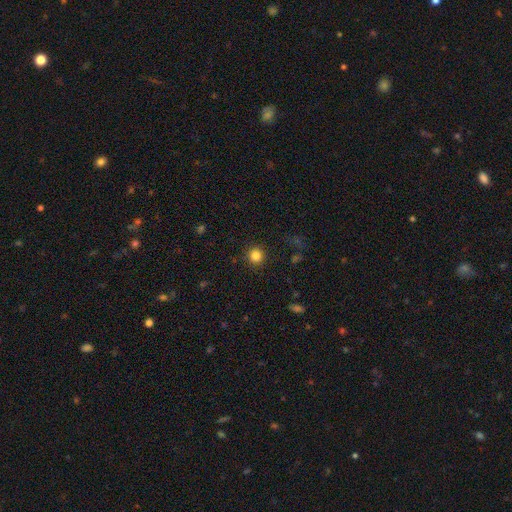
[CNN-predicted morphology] smooth_or_featured: smooth (p=0.83) [alt: star or artifact p=0.12]
how_rounded: round (p=0.94) [alt: in between p=0.05]
merging: none (p=0.91) [alt: minor disturbance p=0.06]